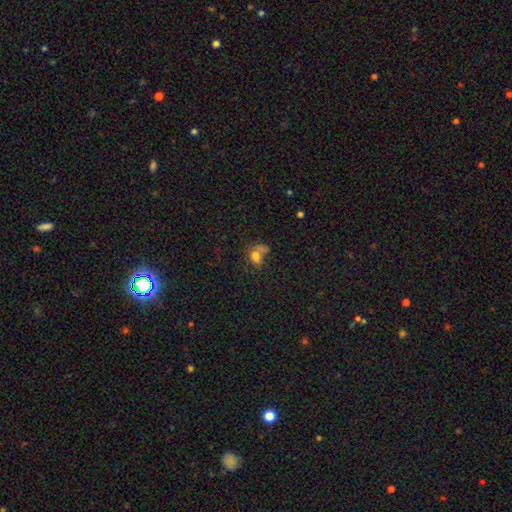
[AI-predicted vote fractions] Smooth or featured? smooth (65%)
How rounded? in between (55%)
Merging? merger (35%)